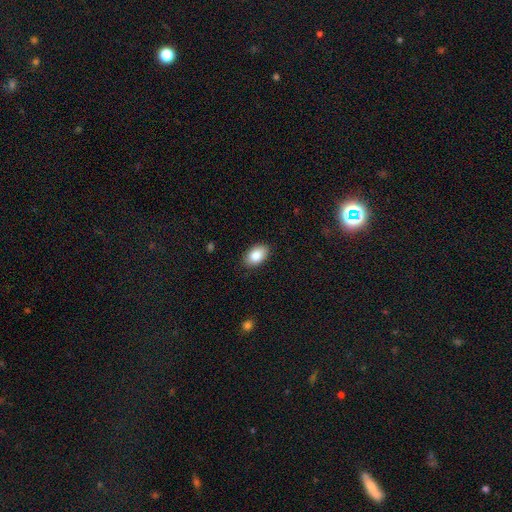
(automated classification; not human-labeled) Q: Smooth or featured?
A: smooth (87%); runner-up: star or artifact (7%)
Q: How rounded?
A: in between (91%); runner-up: round (7%)
Q: Merging?
A: none (87%); runner-up: minor disturbance (10%)